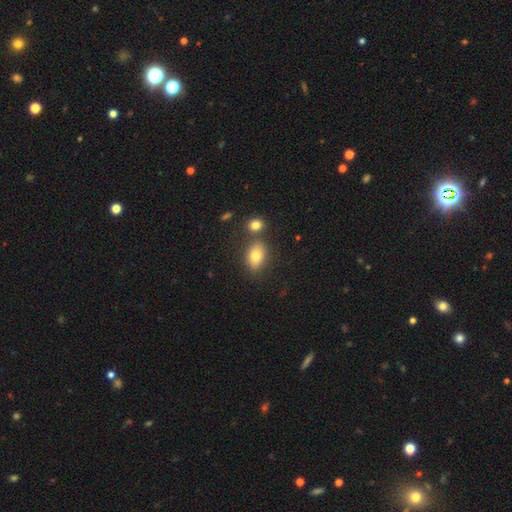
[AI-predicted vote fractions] Smooth or featured? Predicted: smooth (p=0.77). How rounded? Predicted: in between (p=0.83). Merging? Predicted: none (p=0.70).